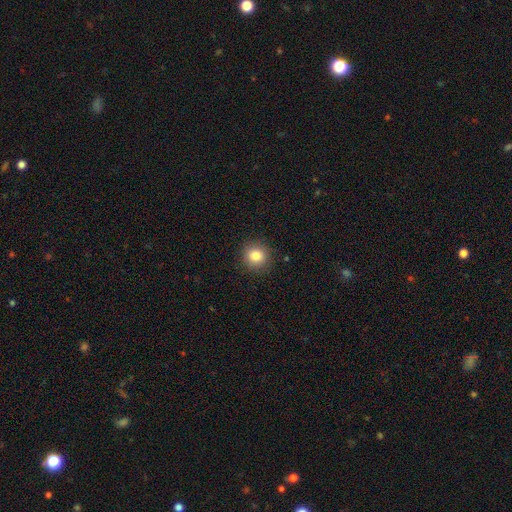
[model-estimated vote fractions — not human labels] Smooth or featured? Predicted: smooth (p=0.83). How rounded? Predicted: round (p=0.92). Merging? Predicted: none (p=0.91).